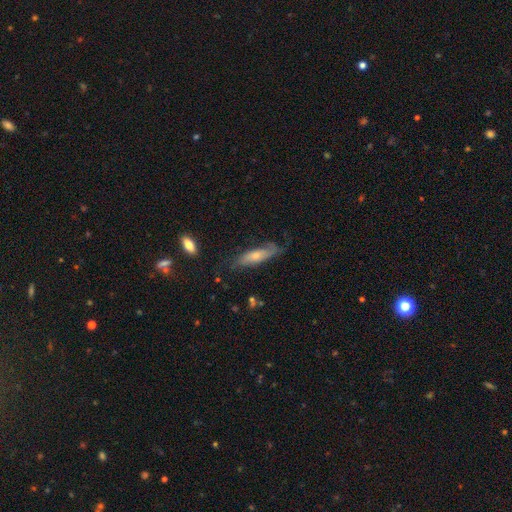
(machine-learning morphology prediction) The model was most divided on "smooth or featured": smooth: 48%, featured or disk: 45%, star or artifact: 7%. More confident: merging — none (61%).